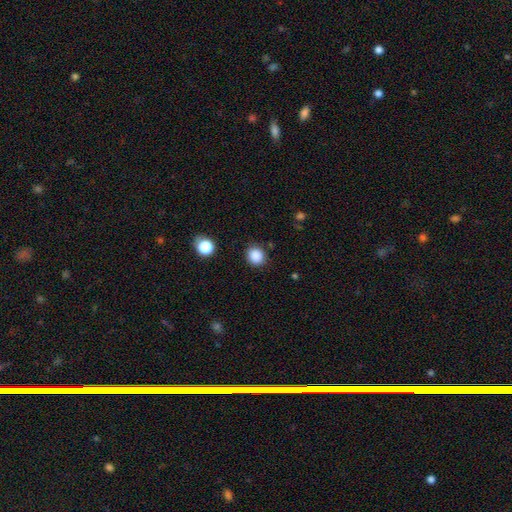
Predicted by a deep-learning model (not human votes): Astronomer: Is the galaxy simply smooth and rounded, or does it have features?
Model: smooth — 86%.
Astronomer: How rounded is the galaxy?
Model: round — 79%.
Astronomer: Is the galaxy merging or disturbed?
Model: none — 85%.